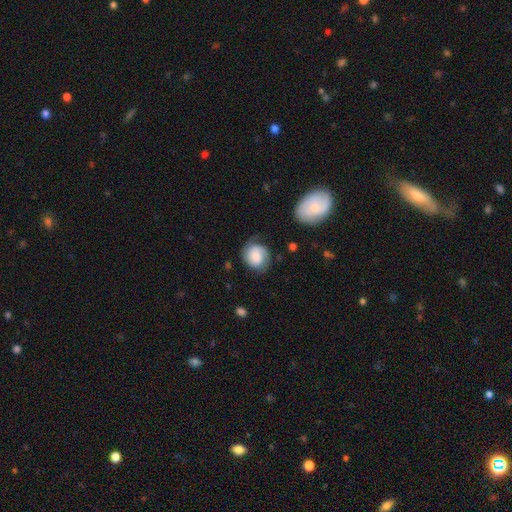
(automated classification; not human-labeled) Overall: smooth (52%; featured or disk 40%). How rounded: round (75%). Merging: none (68%).